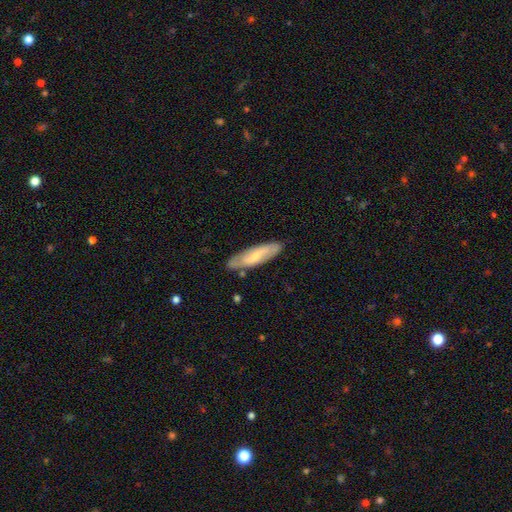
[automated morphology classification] This is possibly a smooth galaxy (52%). How rounded: possibly cigar-shaped (57%). Merging: clearly none (80%).